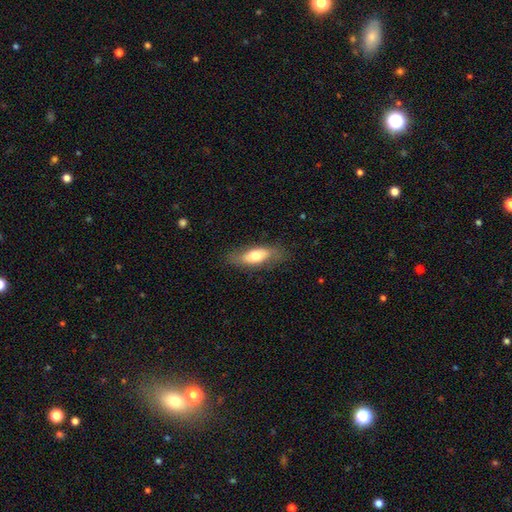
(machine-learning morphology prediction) smooth-or-featured: smooth: 65% | featured or disk: 28% | star or artifact: 6%
  how-rounded: in between: 69% | cigar-shaped: 28% | round: 3%
  merging: none: 78% | minor disturbance: 16% | major disturbance: 5% | merger: 1%